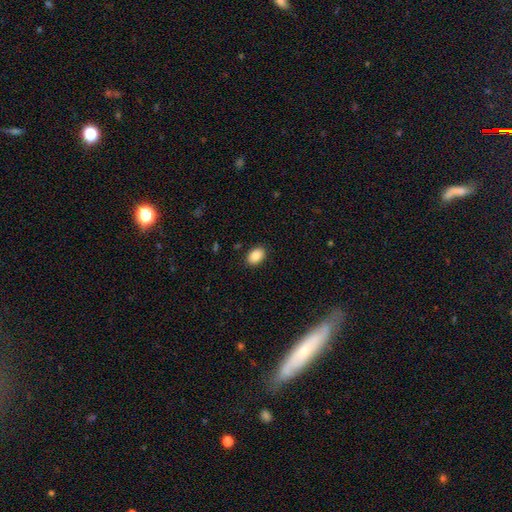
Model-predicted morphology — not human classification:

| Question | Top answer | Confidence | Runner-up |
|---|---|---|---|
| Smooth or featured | smooth | 89% | star or artifact (7%) |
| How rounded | in between | 83% | round (16%) |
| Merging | none | 89% | minor disturbance (8%) |